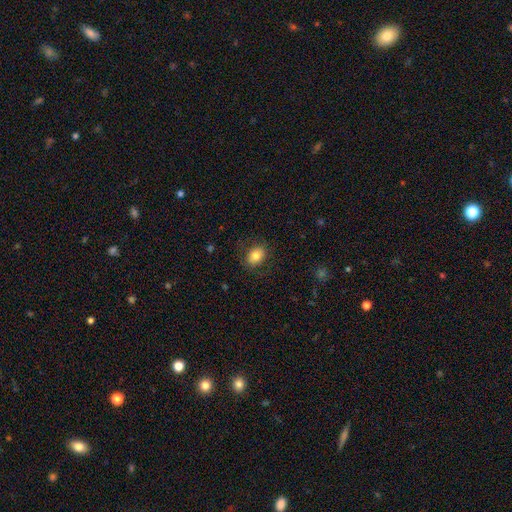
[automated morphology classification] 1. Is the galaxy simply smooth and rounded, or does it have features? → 80% smooth, 11% featured or disk, 9% star or artifact.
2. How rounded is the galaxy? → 69% in between, 30% round, 1% cigar-shaped.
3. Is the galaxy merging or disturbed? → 82% none, 13% minor disturbance, 5% major disturbance, 1% merger.